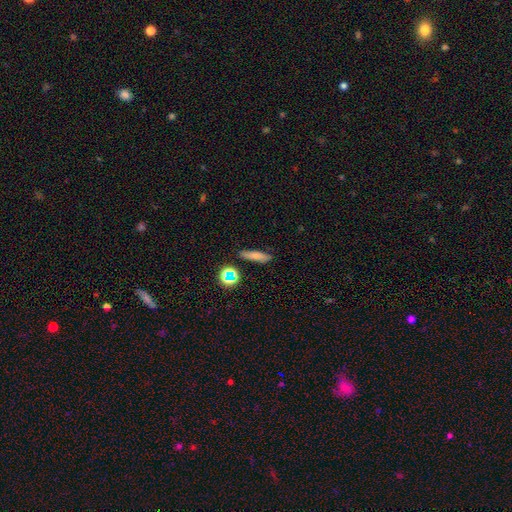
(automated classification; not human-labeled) Overall: smooth (73%). How rounded: cigar-shaped (70%). Merging: none (82%).